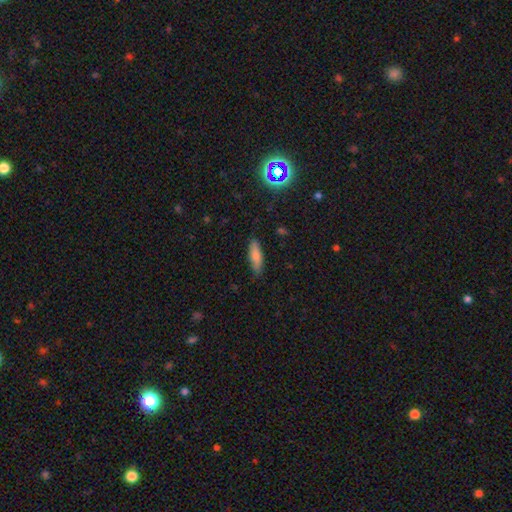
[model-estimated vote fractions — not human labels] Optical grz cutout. It shows a smooth galaxy with no disk features (79%) that is cigar-shaped (50%). Merging: none (82%).